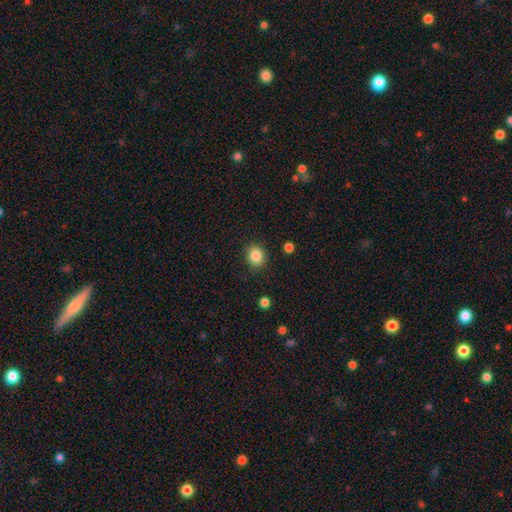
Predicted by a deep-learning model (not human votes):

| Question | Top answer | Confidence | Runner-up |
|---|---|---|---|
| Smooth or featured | smooth | 86% | star or artifact (10%) |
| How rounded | round | 72% | in between (27%) |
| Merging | none | 88% | minor disturbance (8%) |